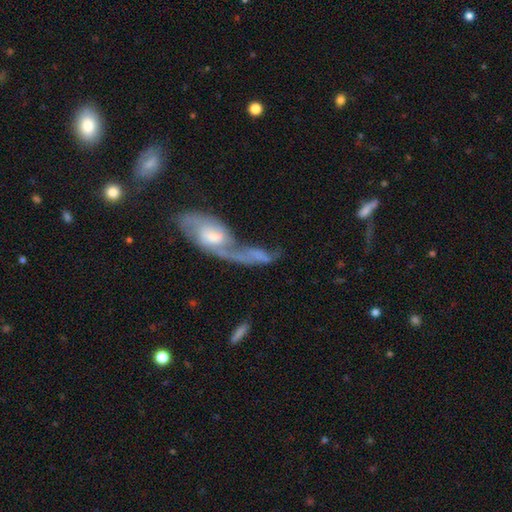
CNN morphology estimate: A featured or disk galaxy (65%) with no bar (57%), spiral arms (75%) and a moderate central bulge (37%). Merging: merger (47%).